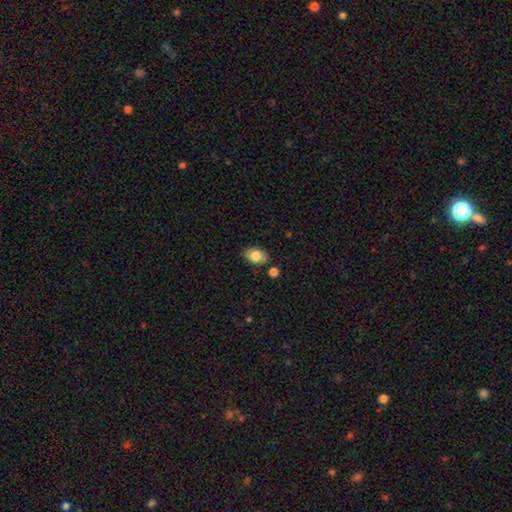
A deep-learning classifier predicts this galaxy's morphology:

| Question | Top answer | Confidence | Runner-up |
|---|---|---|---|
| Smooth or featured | smooth | 83% | featured or disk (10%) |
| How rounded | in between | 88% | round (10%) |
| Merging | none | 82% | minor disturbance (11%) |